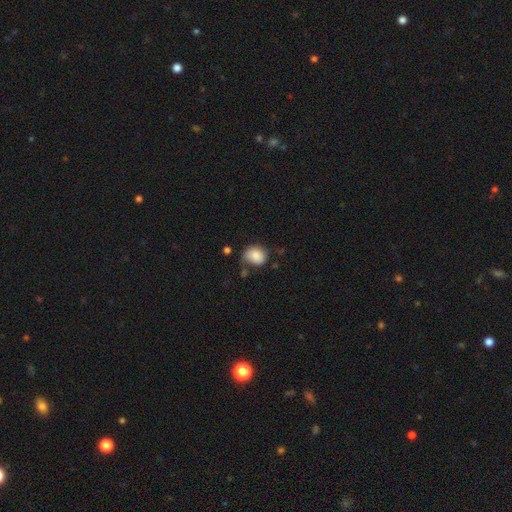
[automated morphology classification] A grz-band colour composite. It shows a smooth galaxy with no disk features (85%) that is round (54%). Merging: none (59%).